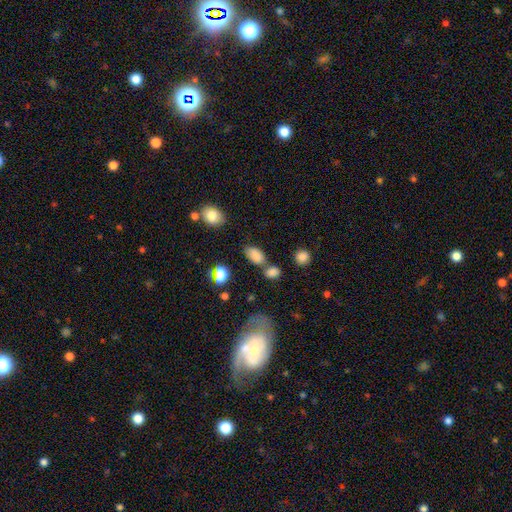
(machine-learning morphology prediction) smooth_or_featured: smooth (p=0.82) [alt: star or artifact p=0.11]
how_rounded: in between (p=0.91) [alt: round p=0.07]
merging: none (p=0.64) [alt: merger p=0.18]